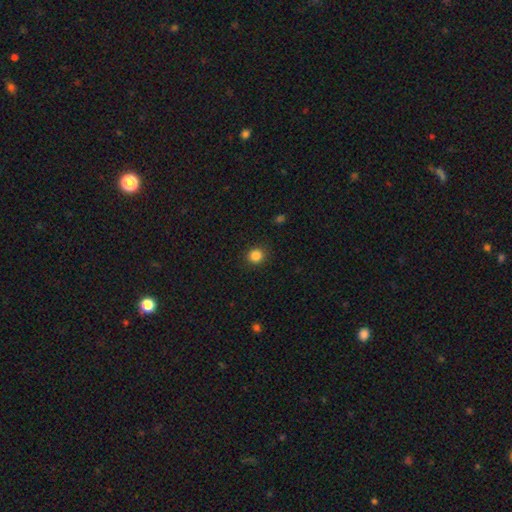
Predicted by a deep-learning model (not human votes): A smooth galaxy with no disk features (85%) that is round (89%). Merging: none (90%).